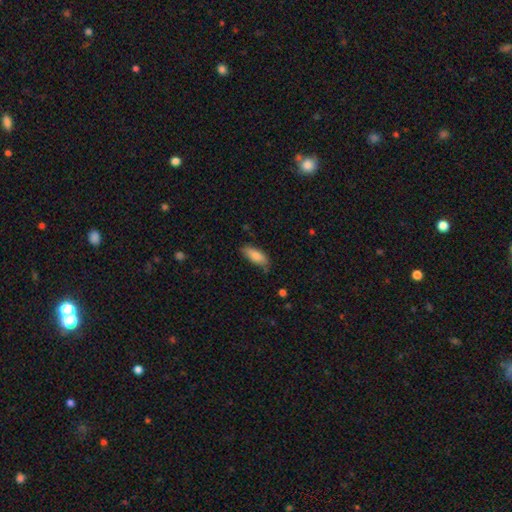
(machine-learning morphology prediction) smooth_or_featured: smooth (p=0.84) [alt: featured or disk p=0.09]
how_rounded: in between (p=0.73) [alt: cigar-shaped p=0.25]
merging: none (p=0.77) [alt: minor disturbance p=0.18]